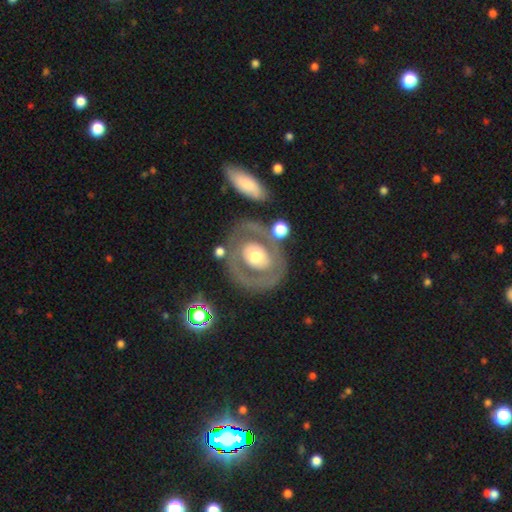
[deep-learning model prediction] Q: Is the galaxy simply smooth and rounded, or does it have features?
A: featured or disk — 63%.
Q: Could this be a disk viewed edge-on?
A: no — 95%.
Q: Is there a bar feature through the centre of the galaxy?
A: no — 79%.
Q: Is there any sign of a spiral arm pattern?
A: no — 72%.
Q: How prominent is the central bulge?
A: moderate — 60%.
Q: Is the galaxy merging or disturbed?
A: none — 67%.